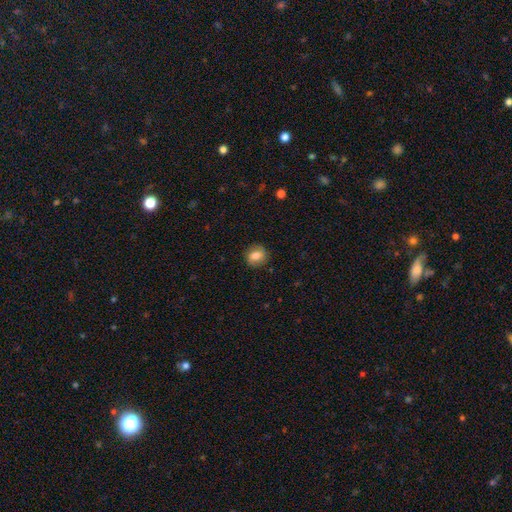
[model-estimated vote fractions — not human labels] This is likely a smooth galaxy (76%). How rounded: likely round (75%). Merging: clearly none (85%).